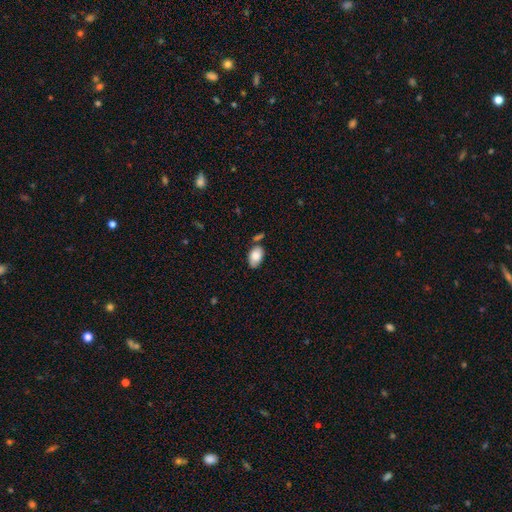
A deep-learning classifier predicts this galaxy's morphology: Smooth or featured? Predicted: smooth (p=0.83). How rounded? Predicted: in between (p=0.91). Merging? Predicted: none (p=0.64).